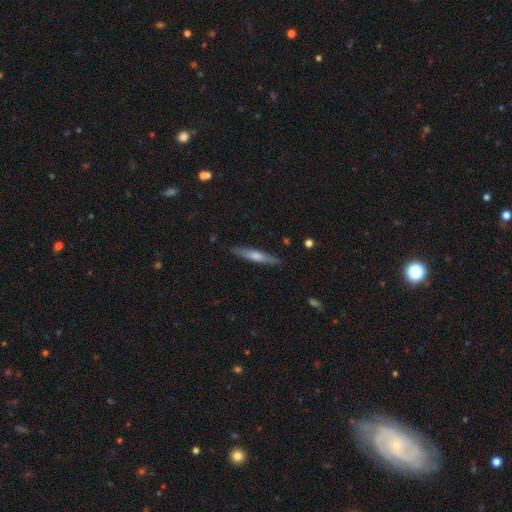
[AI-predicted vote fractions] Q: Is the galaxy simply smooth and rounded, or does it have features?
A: featured or disk — 49%.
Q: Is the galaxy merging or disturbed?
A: none — 89%.